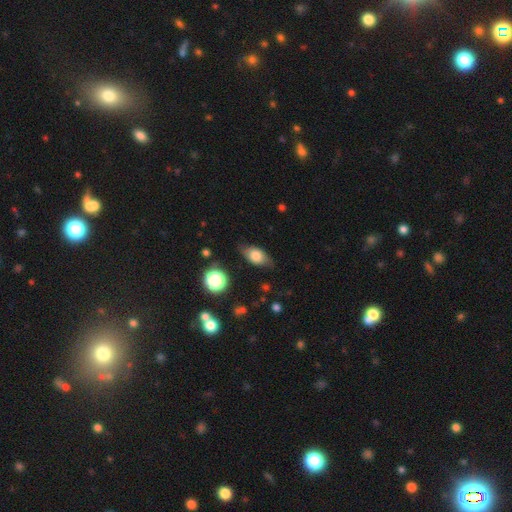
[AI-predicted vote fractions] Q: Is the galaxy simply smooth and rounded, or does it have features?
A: smooth — 71%.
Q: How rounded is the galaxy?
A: in between — 85%.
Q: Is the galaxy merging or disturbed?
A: none — 74%.